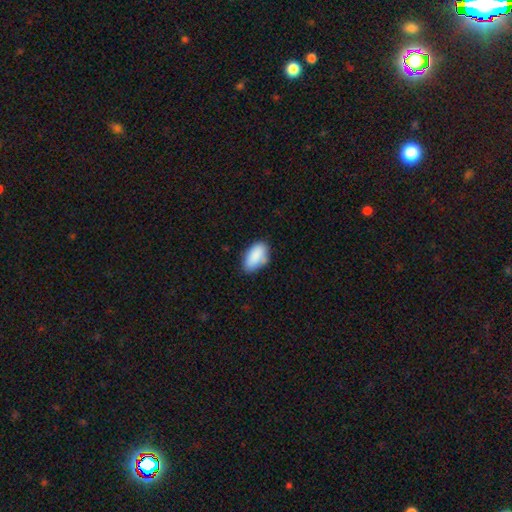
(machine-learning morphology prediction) A smooth galaxy with no disk features (88%) that is in between round and cigar-shaped (94%). Merging: none (71%).